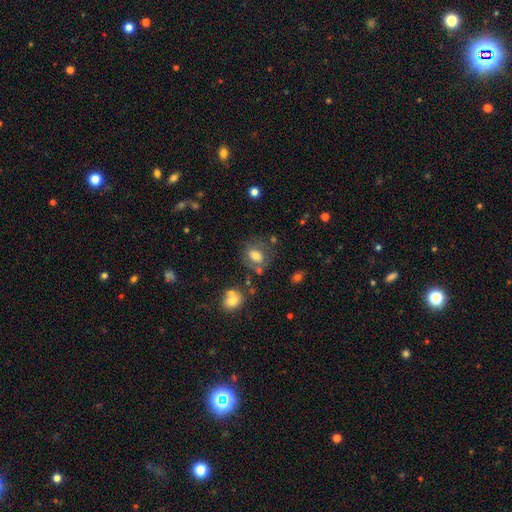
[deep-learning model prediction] Smooth or featured? Predicted: smooth (p=0.65). How rounded? Predicted: in between (p=0.56). Merging? Predicted: none (p=0.61).